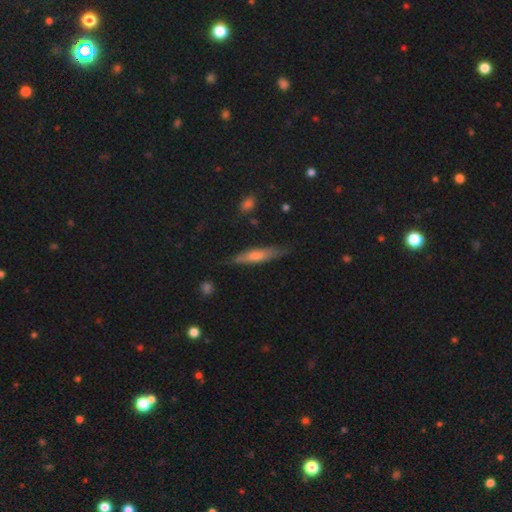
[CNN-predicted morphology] smooth-or-featured: smooth: 51% | featured or disk: 42% | star or artifact: 7%
  how-rounded: cigar-shaped: 83% | in between: 15% | round: 2%
  merging: none: 77% | minor disturbance: 18% | major disturbance: 3% | merger: 2%